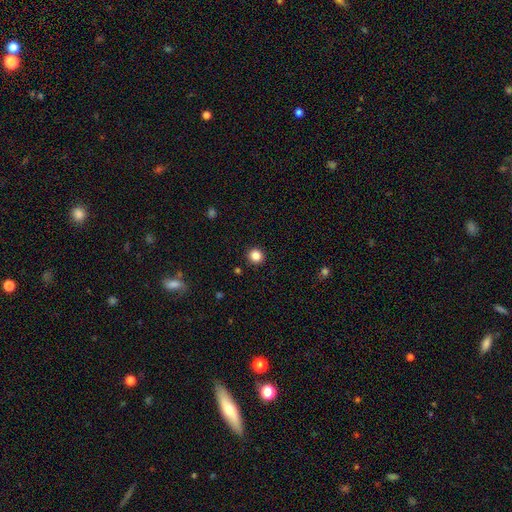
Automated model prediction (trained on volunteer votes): This appears to be a smooth galaxy with no disk features (86%) that is round (93%). Merging: none (92%).